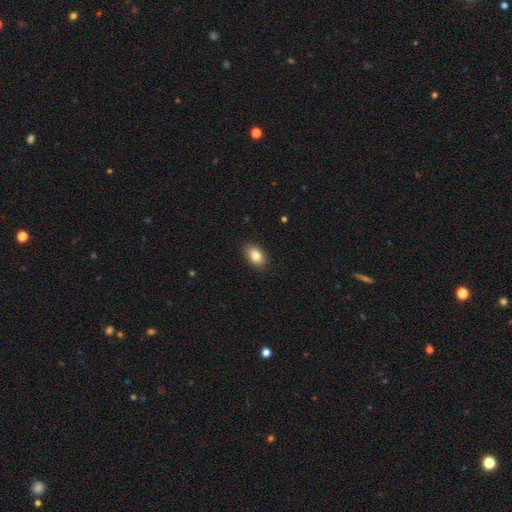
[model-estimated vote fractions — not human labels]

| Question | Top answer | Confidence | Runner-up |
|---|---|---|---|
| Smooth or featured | smooth | 84% | featured or disk (8%) |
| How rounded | in between | 90% | round (8%) |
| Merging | none | 88% | minor disturbance (9%) |